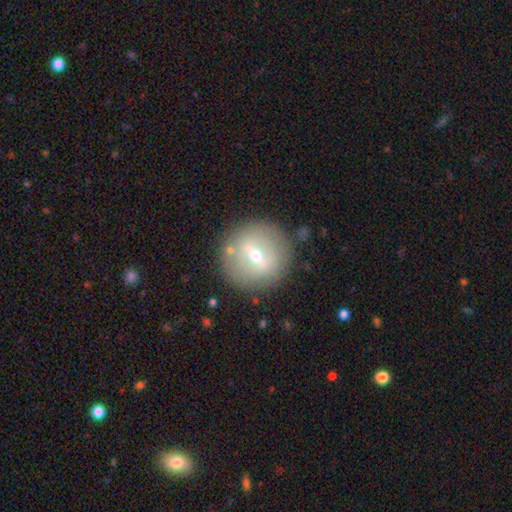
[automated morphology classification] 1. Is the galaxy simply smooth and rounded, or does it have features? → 57% featured or disk, 35% smooth, 8% star or artifact.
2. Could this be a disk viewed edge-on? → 79% no, 21% yes.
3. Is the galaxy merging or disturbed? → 85% none, 9% minor disturbance, 4% major disturbance, 3% merger.